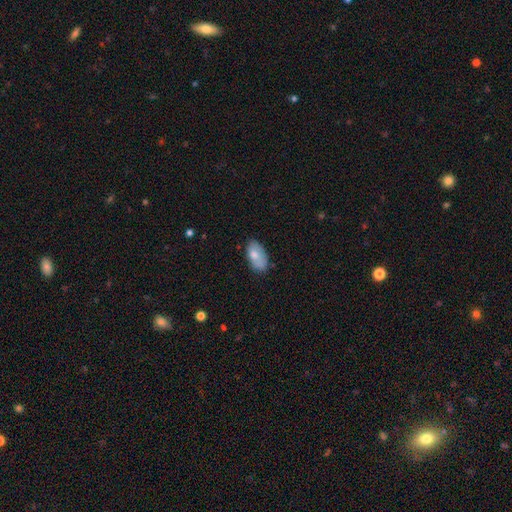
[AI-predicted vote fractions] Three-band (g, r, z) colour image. It shows a smooth galaxy with no disk features (77%) that is in between round and cigar-shaped (94%). Merging: none (67%).